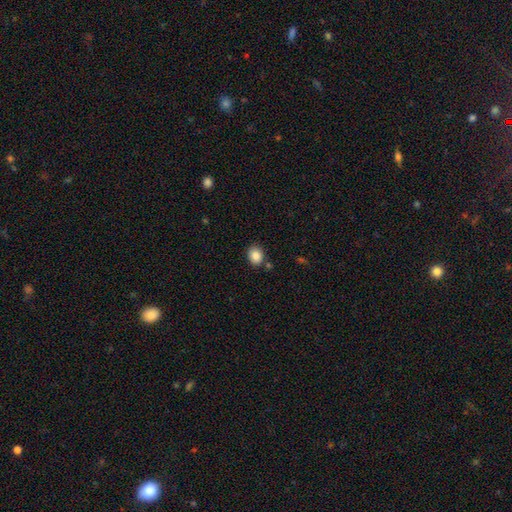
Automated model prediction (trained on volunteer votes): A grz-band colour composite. It shows a smooth galaxy with no disk features (87%) that is round (50%). Merging: none (81%).